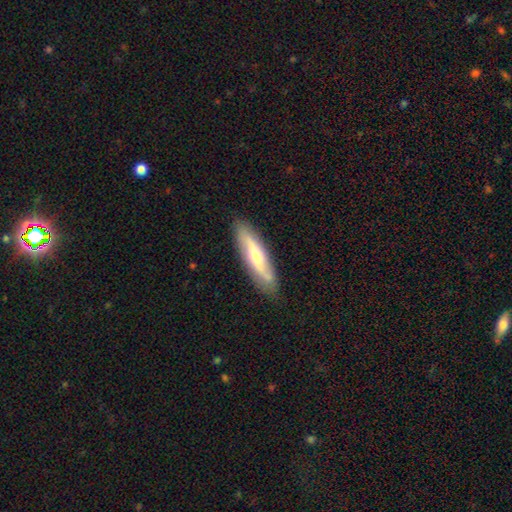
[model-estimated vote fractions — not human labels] Overall: featured or disk (58%; smooth 37%). Edge-on disk: yes (50%, tied with no). Merging: none (85%).